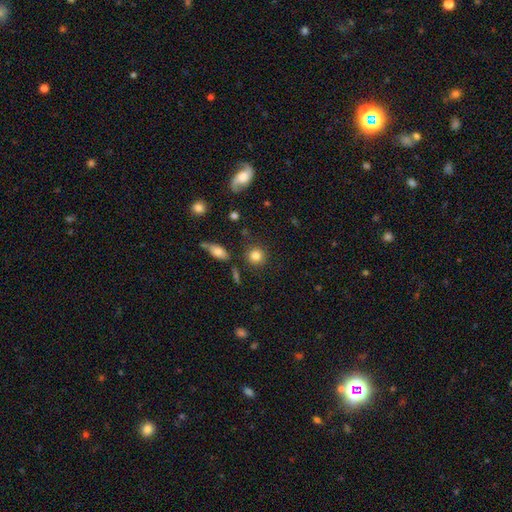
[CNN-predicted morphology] The model was most divided on "smooth or featured": smooth: 83%, star or artifact: 10%, featured or disk: 7%. More confident: how rounded — round (87%); merging — none (83%).